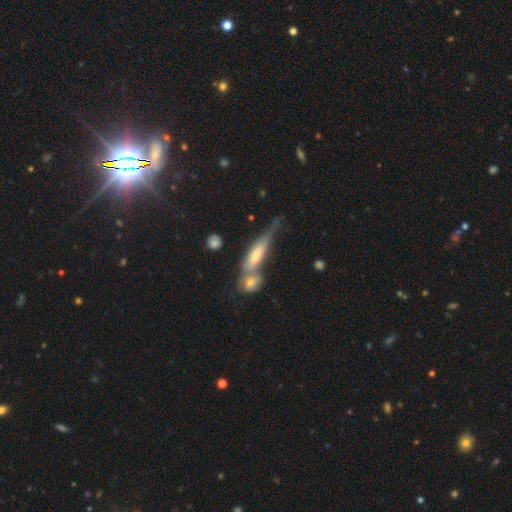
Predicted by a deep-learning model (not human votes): A featured or disk galaxy (48%).

Vote fractions:
- Smooth or featured? featured or disk: 48% / smooth: 44% / star or artifact: 9%
- Merging? merger: 42% / none: 31% / minor disturbance: 17% / major disturbance: 9%